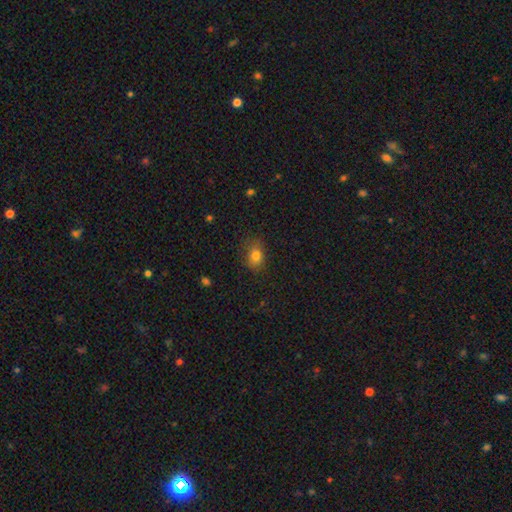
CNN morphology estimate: A smooth galaxy with no disk features (79%) that is in between round and cigar-shaped (64%). Merging: none (77%).